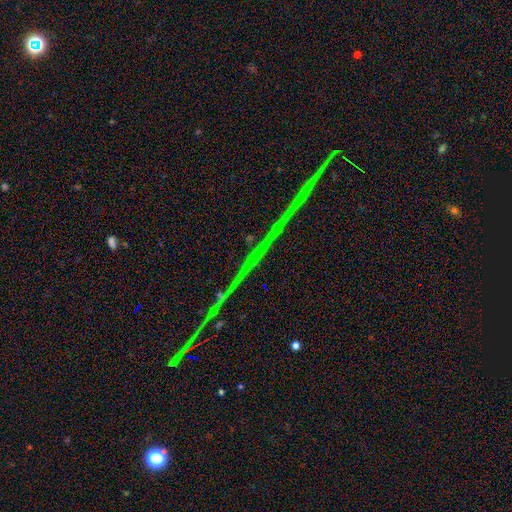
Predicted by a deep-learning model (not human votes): A star or artifact, not a galaxy (80%).